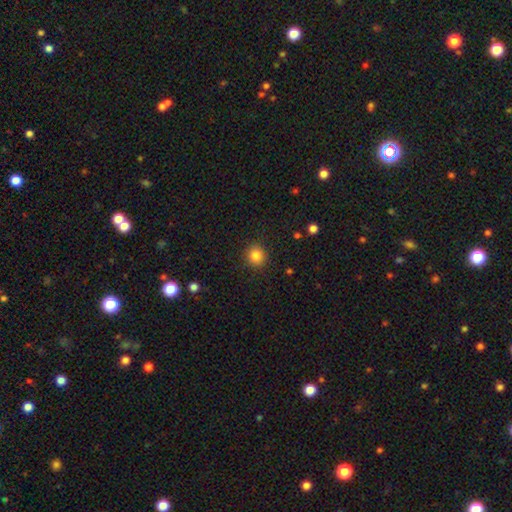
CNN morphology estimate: Smooth or featured: smooth — 84% (star or artifact — 11%)
How rounded: round — 89% (in between — 11%)
Merging: none — 90% (minor disturbance — 7%)